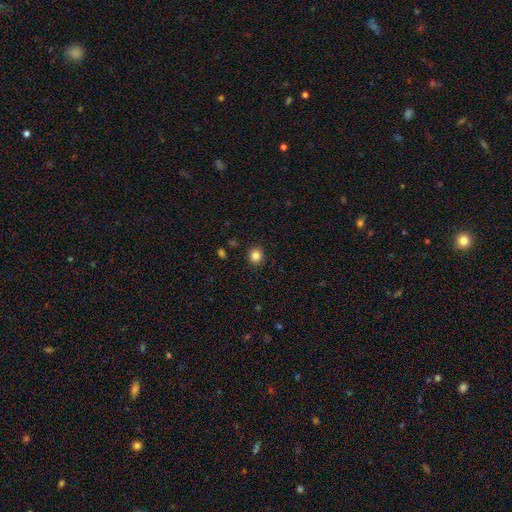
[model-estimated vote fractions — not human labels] Smooth or featured? Predicted: smooth (p=0.84). How rounded? Predicted: round (p=0.88). Merging? Predicted: none (p=0.91).